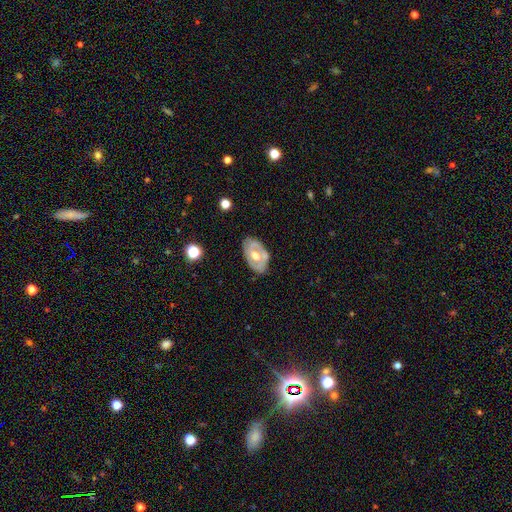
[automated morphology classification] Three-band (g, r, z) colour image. It shows a featured or disk galaxy (62%) with no bar (68%), no spiral arms (66%) and a moderate central bulge (70%). Merging: none (74%).